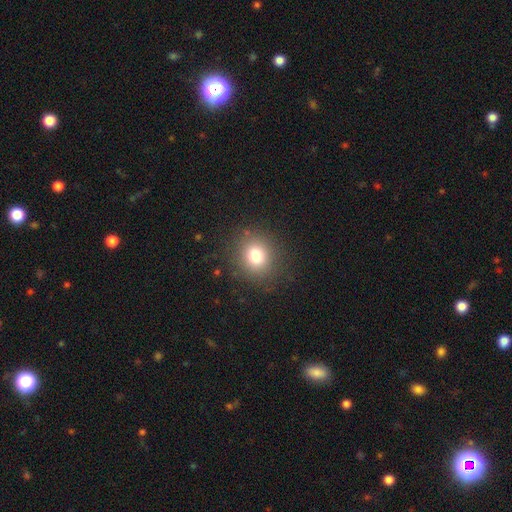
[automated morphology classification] smooth 77%, star or artifact 14%, featured or disk 9%. Down the decision tree: how rounded — round (78%); merging — none (87%).